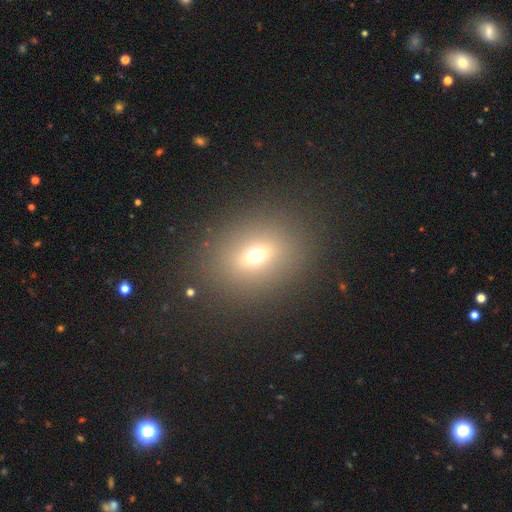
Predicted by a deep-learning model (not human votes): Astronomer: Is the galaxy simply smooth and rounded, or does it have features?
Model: smooth — 62%.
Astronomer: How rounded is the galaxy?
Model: round — 54% (runner-up: in between, 44%).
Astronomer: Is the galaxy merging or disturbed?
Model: none — 85%.